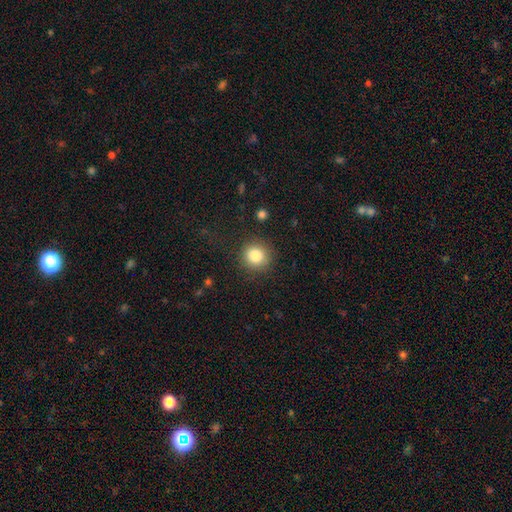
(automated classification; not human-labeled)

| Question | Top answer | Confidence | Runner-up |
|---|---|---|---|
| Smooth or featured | smooth | 83% | star or artifact (10%) |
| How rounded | round | 90% | in between (9%) |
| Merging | none | 87% | minor disturbance (8%) |